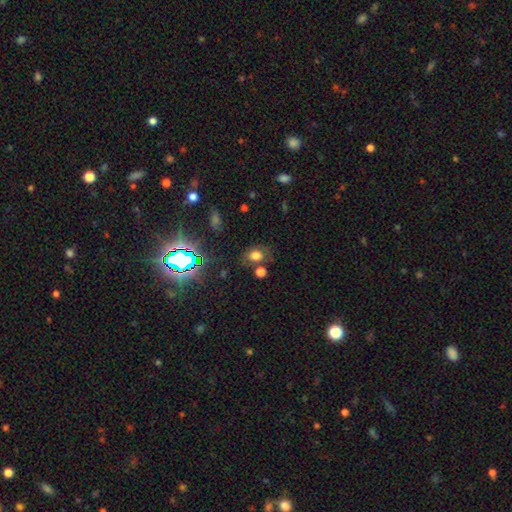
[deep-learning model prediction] Smooth or featured?
  - smooth: 67% *
  - star or artifact: 22%
  - featured or disk: 11%
How rounded?
  - in between: 57% *
  - round: 41%
  - cigar-shaped: 1%
Merging?
  - none: 66% *
  - minor disturbance: 17%
  - merger: 10%
  - major disturbance: 7%